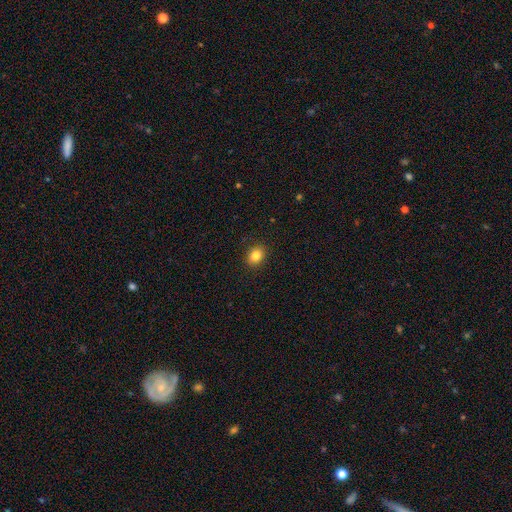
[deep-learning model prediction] smooth-or-featured: smooth: 83% | star or artifact: 11% | featured or disk: 6%
  how-rounded: round: 53% | in between: 46% | cigar-shaped: 1%
  merging: none: 90% | minor disturbance: 7% | major disturbance: 2% | merger: 1%